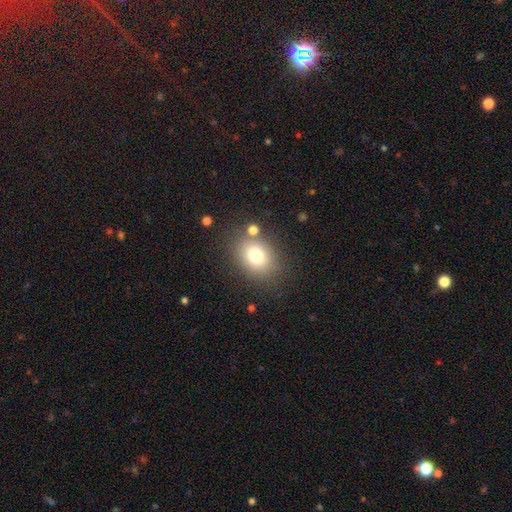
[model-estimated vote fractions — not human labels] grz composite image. It shows a smooth galaxy with no disk features (75%) that is in between round and cigar-shaped (57%). Merging: none (78%).